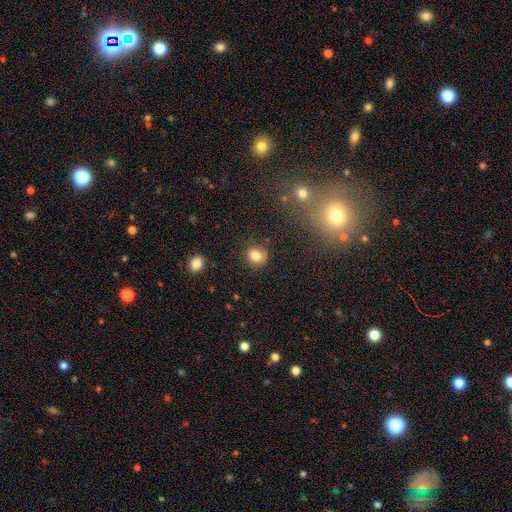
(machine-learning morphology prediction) smooth 82%, star or artifact 11%, featured or disk 7%. Down the decision tree: how rounded — round (71%); merging — none (78%).